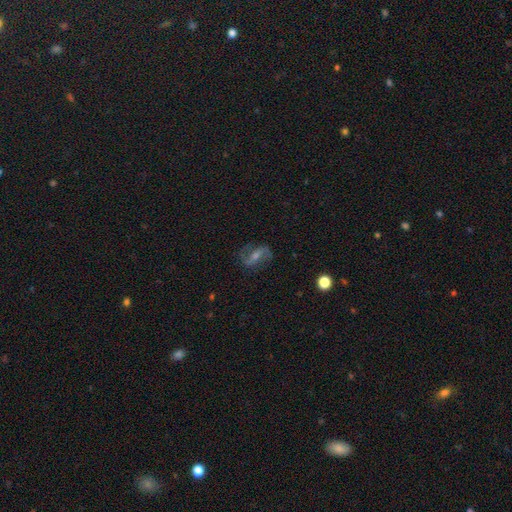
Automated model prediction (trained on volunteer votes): Smooth or featured? featured or disk (77%)
Edge-on disk? no (94%)
Bar? weak (41%)
Spiral arms? yes (92%)
Spiral winding? loose (43%)
Spiral arm count? 2 (88%)
Bulge size? small (45%)
Merging? none (78%)